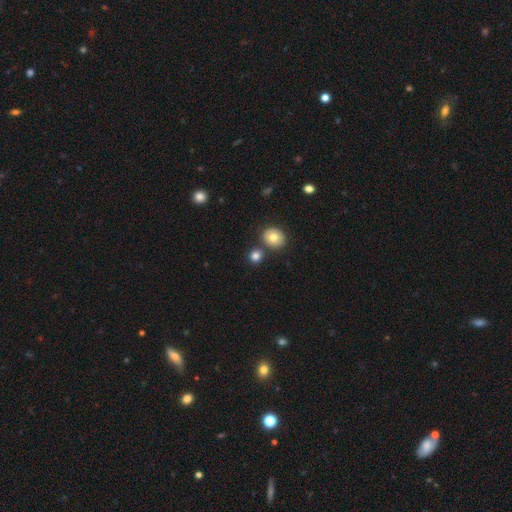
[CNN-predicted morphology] Smooth or featured: smooth — 80% (star or artifact — 11%)
How rounded: round — 84% (in between — 15%)
Merging: none — 74% (merger — 14%)